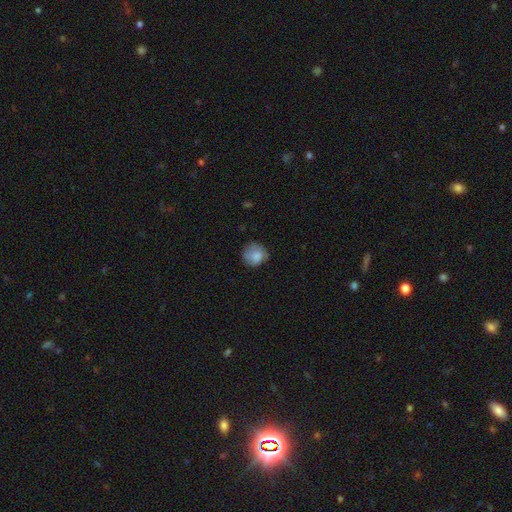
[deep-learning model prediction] The model was most divided on "merging": none: 68%, minor disturbance: 24%, major disturbance: 7%, merger: 1%. More confident: how rounded — round (84%); smooth or featured — smooth (81%).